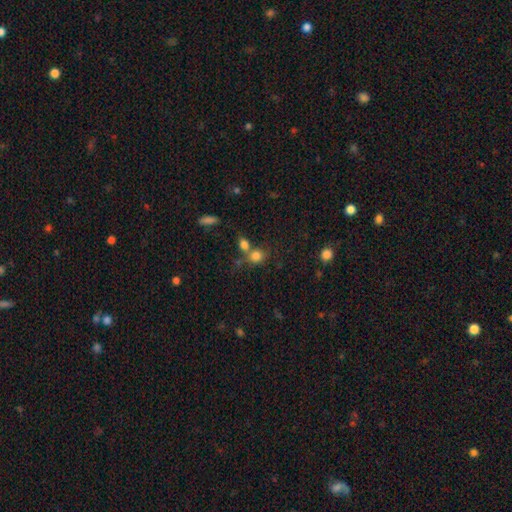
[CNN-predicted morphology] Overall: smooth (79%). How rounded: round (70%). Merging: none (47%; merger 39%).